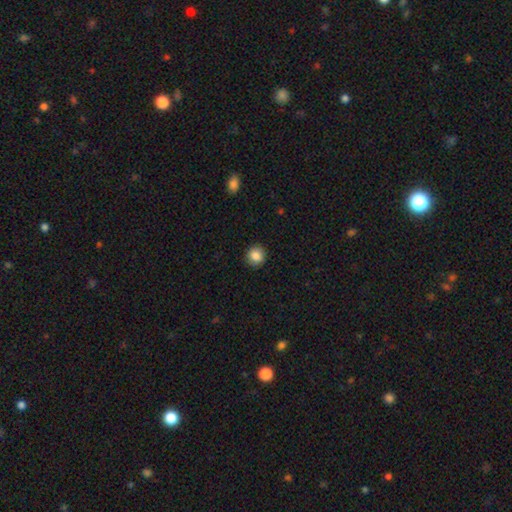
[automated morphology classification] The model was most divided on "smooth or featured": smooth: 86%, star or artifact: 9%, featured or disk: 5%. More confident: merging — none (91%); how rounded — round (90%).